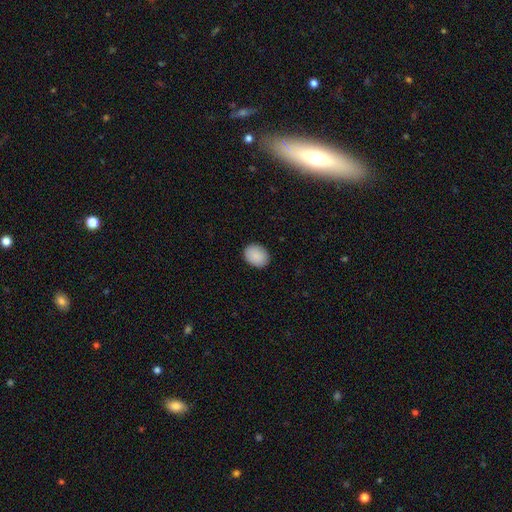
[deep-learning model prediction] This appears to be a smooth galaxy with no disk features (90%) that is in between round and cigar-shaped (52%). Merging: none (88%).